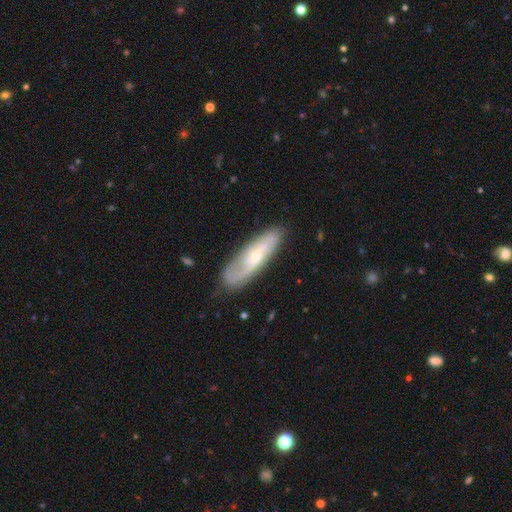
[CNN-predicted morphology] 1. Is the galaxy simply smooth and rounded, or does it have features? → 64% featured or disk, 30% smooth, 6% star or artifact.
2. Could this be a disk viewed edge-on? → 80% no, 20% yes.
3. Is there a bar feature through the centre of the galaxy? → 49% no, 41% weak, 10% strong.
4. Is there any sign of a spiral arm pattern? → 84% yes, 16% no.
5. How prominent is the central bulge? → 52% small, 40% moderate, 4% none, 3% large, 1% dominant.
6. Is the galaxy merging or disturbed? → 77% none, 17% minor disturbance, 5% major disturbance, 2% merger.